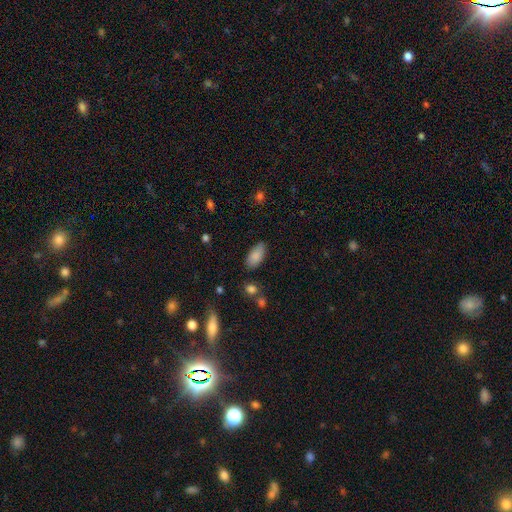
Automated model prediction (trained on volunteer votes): The model was most divided on "merging": none: 81%, minor disturbance: 14%, major disturbance: 3%, merger: 2%. More confident: how rounded — in between (92%); smooth or featured — smooth (86%).